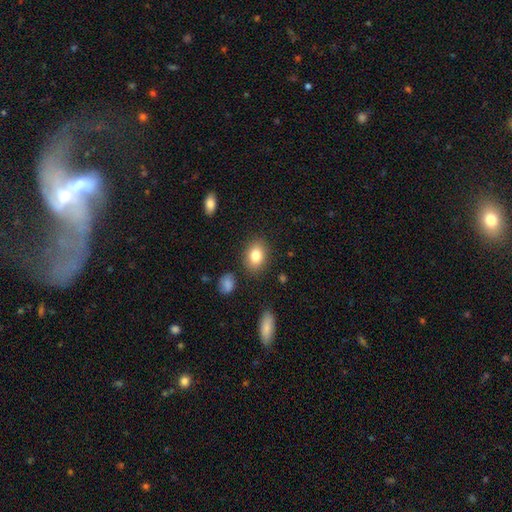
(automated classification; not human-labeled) smooth 82%, featured or disk 9%, star or artifact 9%. Down the decision tree: how rounded — in between (74%); merging — none (85%).